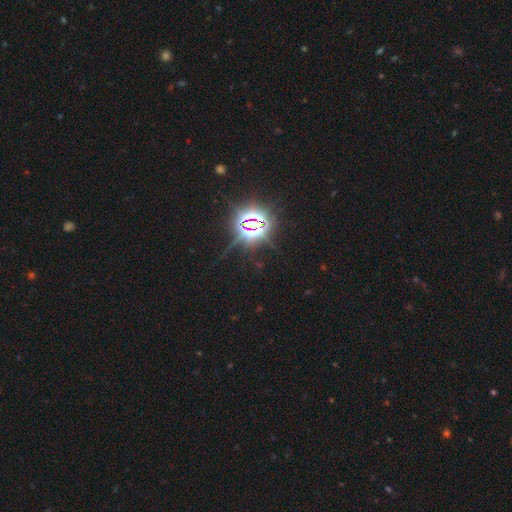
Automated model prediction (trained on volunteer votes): smooth-or-featured: star or artifact: 82% | smooth: 13% | featured or disk: 5%